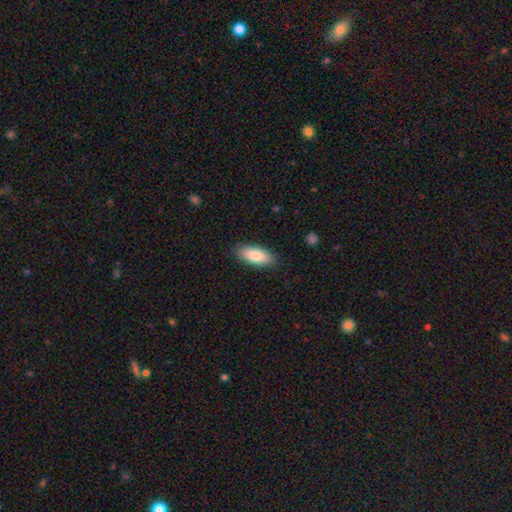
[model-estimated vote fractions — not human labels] Smooth or featured?
  - smooth: 83% *
  - featured or disk: 11%
  - star or artifact: 6%
How rounded?
  - in between: 85% *
  - cigar-shaped: 13%
  - round: 2%
Merging?
  - none: 87% *
  - minor disturbance: 10%
  - major disturbance: 2%
  - merger: 1%